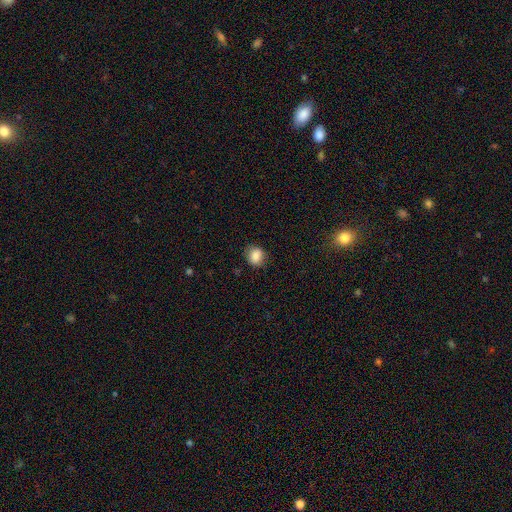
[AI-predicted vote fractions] smooth_or_featured: smooth (p=0.85) [alt: star or artifact p=0.09]
how_rounded: round (p=0.65) [alt: in between p=0.34]
merging: none (p=0.81) [alt: minor disturbance p=0.14]